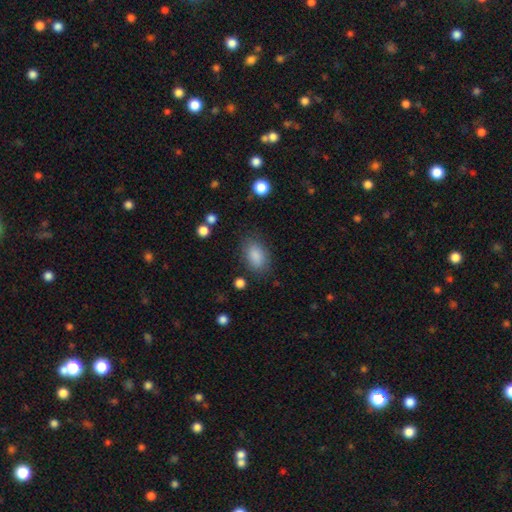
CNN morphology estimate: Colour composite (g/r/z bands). It shows a smooth galaxy with no disk features (87%) that is in between round and cigar-shaped (87%). Merging: none (79%).